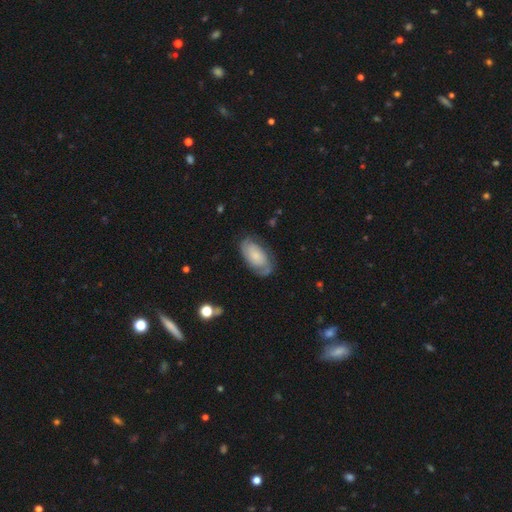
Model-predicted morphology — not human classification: featured or disk 66%, smooth 27%, star or artifact 6%. Down the decision tree: edge-on disk — no (96%); bar — no (73%); spiral arms — yes (90%); spiral arm count — 2 (67%); spiral winding — tight (56%); bulge size — small (64%); merging — none (71%).